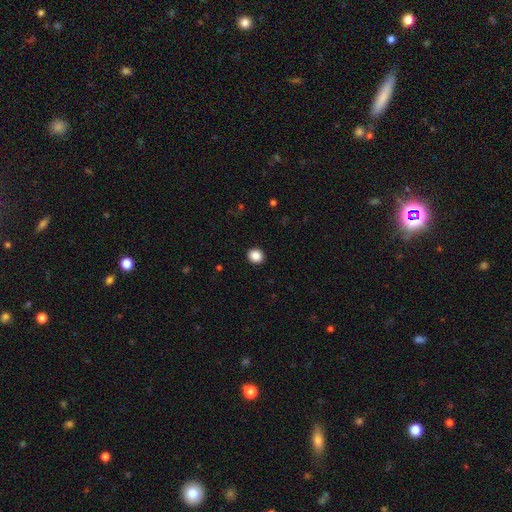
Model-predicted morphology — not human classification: Smooth or featured? smooth (87%)
How rounded? round (82%)
Merging? none (93%)